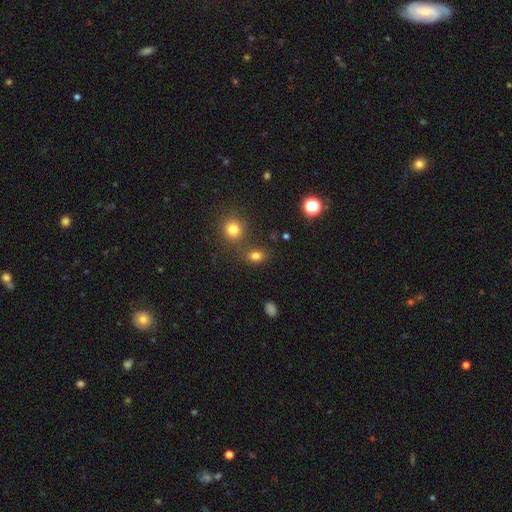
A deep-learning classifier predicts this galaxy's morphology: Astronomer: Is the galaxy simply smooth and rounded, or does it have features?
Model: smooth — 77%.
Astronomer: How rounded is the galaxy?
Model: in between — 62%.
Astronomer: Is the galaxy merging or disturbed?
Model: none — 69%.